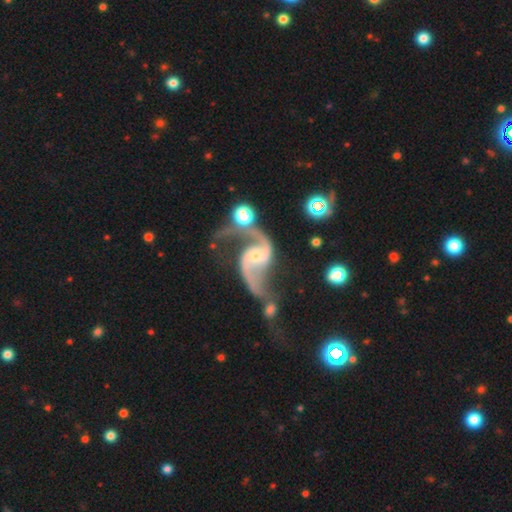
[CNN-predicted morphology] Smooth or featured? Predicted: featured or disk (p=0.92). Edge-on disk? Predicted: no (p=0.98). Bar? Predicted: no (p=0.48). Spiral arms? Predicted: yes (p=0.98). Spiral winding? Predicted: loose (p=0.71). Spiral arm count? Predicted: 2 (p=0.94). Bulge size? Predicted: small (p=0.50). Merging? Predicted: none (p=0.38).